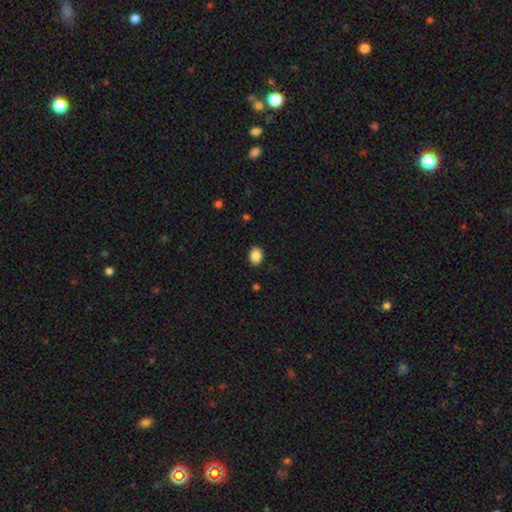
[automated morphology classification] The model was most divided on "how rounded": in between: 58%, round: 41%, cigar-shaped: 1%. More confident: merging — none (89%); smooth or featured — smooth (88%).